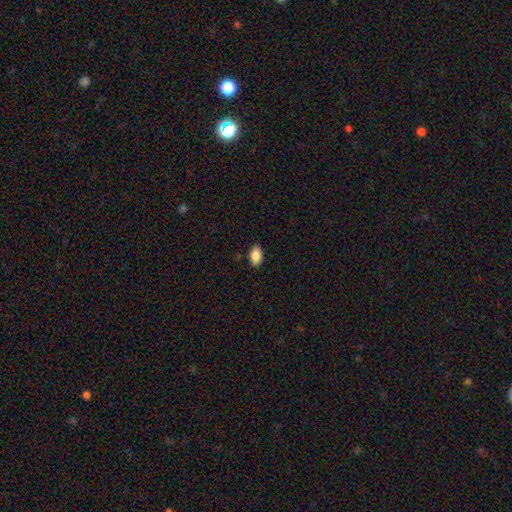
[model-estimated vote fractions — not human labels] Overall: smooth (87%). How rounded: in between (92%). Merging: none (86%).